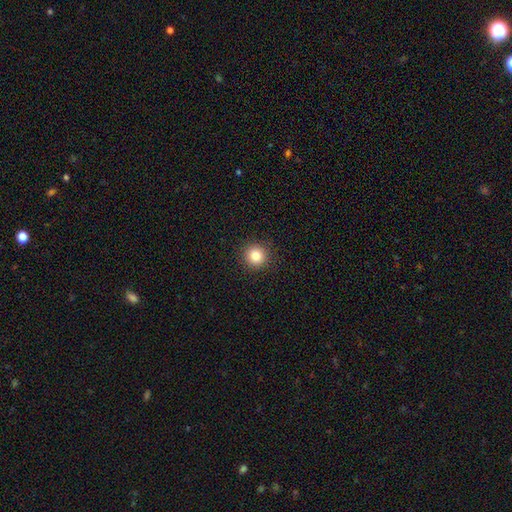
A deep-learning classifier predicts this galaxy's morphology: Smooth or featured? Predicted: smooth (p=0.84). How rounded? Predicted: round (p=0.94). Merging? Predicted: none (p=0.92).